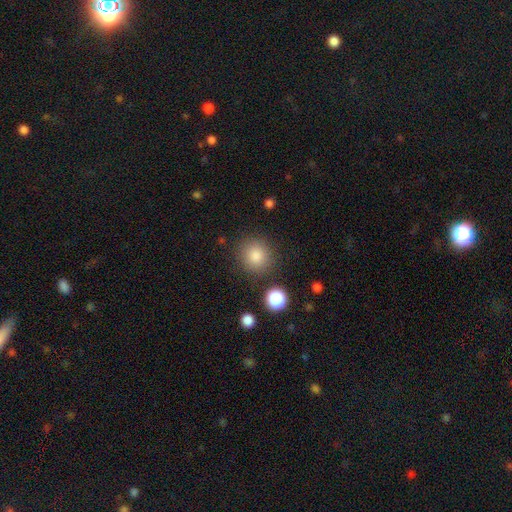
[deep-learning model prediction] smooth_or_featured: smooth (p=0.84) [alt: star or artifact p=0.11]
how_rounded: round (p=0.91) [alt: in between p=0.08]
merging: none (p=0.86) [alt: minor disturbance p=0.08]